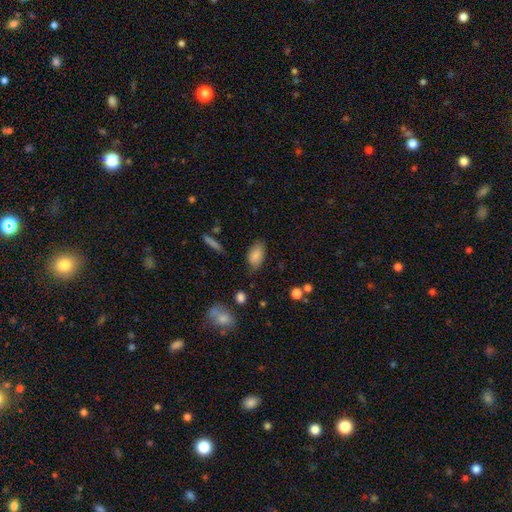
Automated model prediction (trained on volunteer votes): Smooth or featured?
  - smooth: 81% *
  - featured or disk: 11%
  - star or artifact: 8%
How rounded?
  - in between: 92% *
  - round: 5%
  - cigar-shaped: 3%
Merging?
  - none: 67% *
  - minor disturbance: 25%
  - major disturbance: 6%
  - merger: 2%